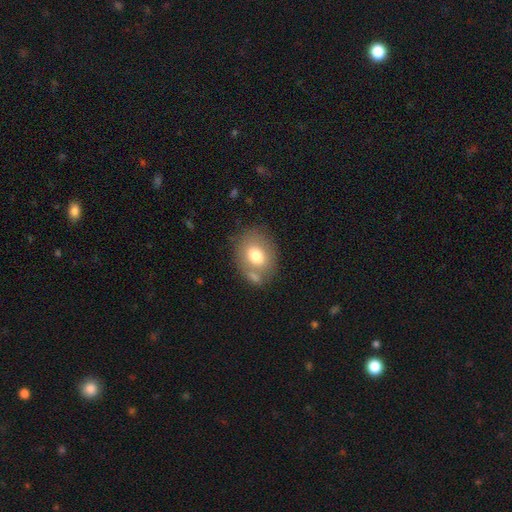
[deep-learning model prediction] smooth_or_featured: smooth (p=0.73) [alt: featured or disk p=0.19]
how_rounded: in between (p=0.62) [alt: round p=0.37]
merging: none (p=0.63) [alt: minor disturbance p=0.16]